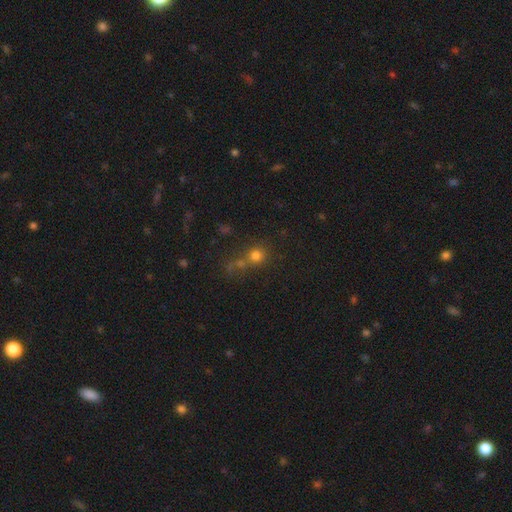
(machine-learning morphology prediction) This is likely a smooth galaxy (73%). How rounded: clearly round (87%). Merging: possibly none (53%).